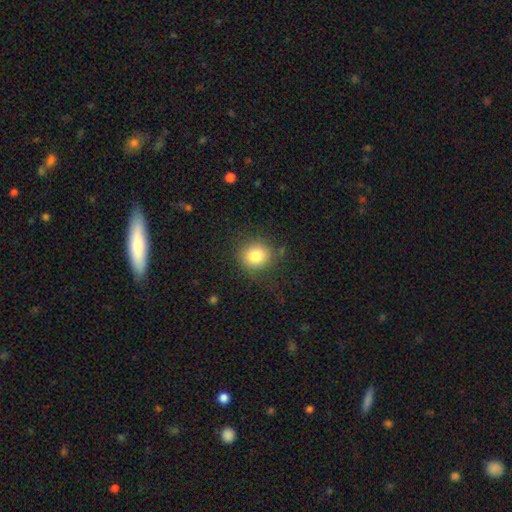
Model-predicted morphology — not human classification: smooth_or_featured: smooth (p=0.82) [alt: star or artifact p=0.10]
how_rounded: round (p=0.82) [alt: in between p=0.17]
merging: none (p=0.83) [alt: minor disturbance p=0.11]